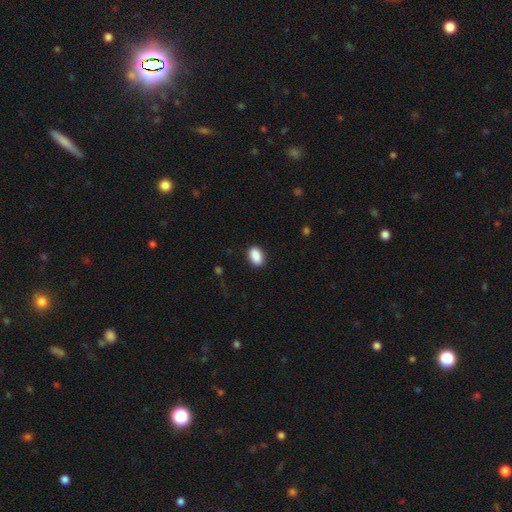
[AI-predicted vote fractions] Smooth or featured: smooth — 90% (star or artifact — 7%)
How rounded: in between — 90% (round — 8%)
Merging: none — 87% (minor disturbance — 9%)